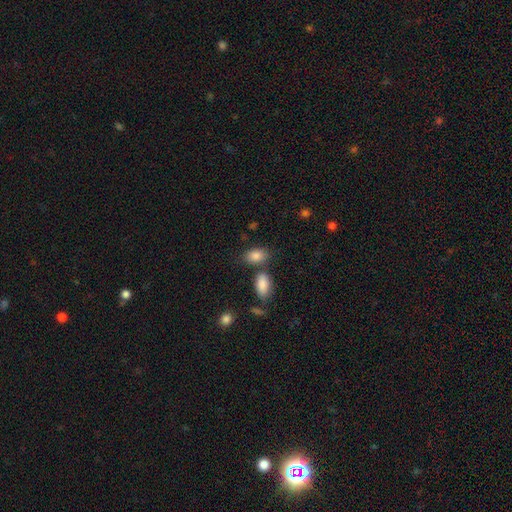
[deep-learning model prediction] smooth-or-featured: smooth: 85% | star or artifact: 8% | featured or disk: 7%
  how-rounded: in between: 88% | round: 10% | cigar-shaped: 2%
  merging: none: 63% | merger: 19% | minor disturbance: 13% | major disturbance: 4%